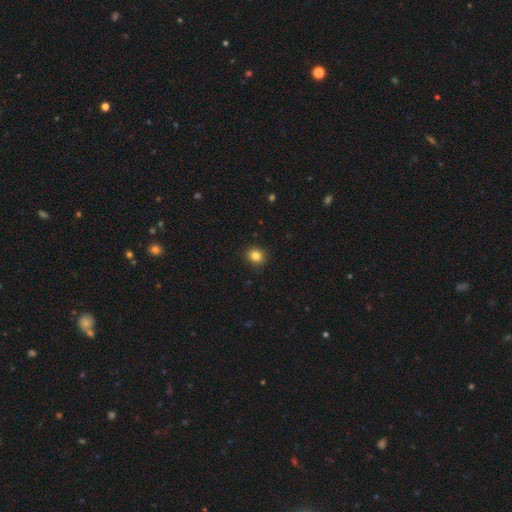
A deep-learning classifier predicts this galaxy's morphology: A smooth galaxy with no disk features (83%) that is round (77%). Merging: none (90%).